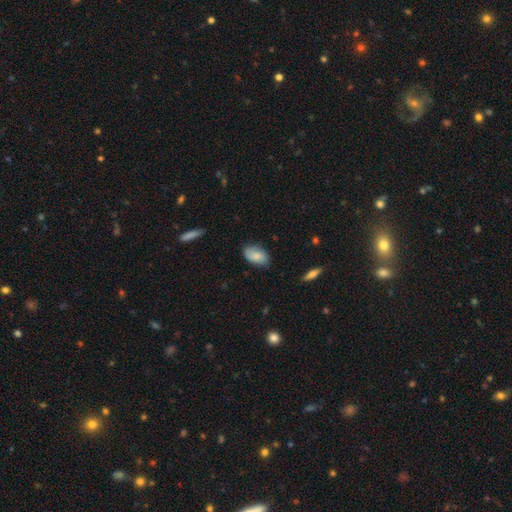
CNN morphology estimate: smooth-or-featured: smooth: 78% | featured or disk: 16% | star or artifact: 7%
  how-rounded: in between: 93% | round: 5% | cigar-shaped: 2%
  merging: none: 77% | minor disturbance: 19% | major disturbance: 3% | merger: 1%